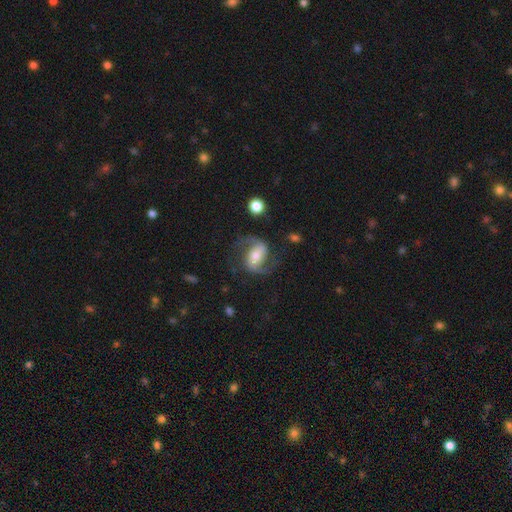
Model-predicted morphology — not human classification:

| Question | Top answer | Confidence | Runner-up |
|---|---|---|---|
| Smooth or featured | featured or disk | 85% | smooth (9%) |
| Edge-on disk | no | 97% | yes (3%) |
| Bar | strong | 44% | weak (35%) |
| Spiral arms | yes | 96% | no (4%) |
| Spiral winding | medium | 51% | loose (36%) |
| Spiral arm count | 2 | 93% | can't tell (2%) |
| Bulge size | moderate | 56% | small (32%) |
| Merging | none | 73% | minor disturbance (14%) |